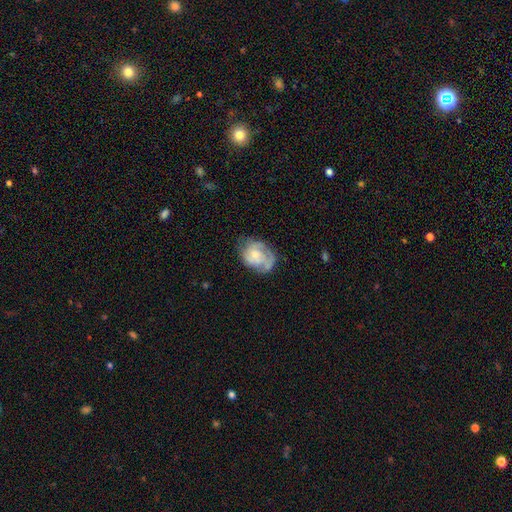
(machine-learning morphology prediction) This is likely a featured or disk galaxy (66%). It is clearly not viewed edge-on (97%). Bar: likely no (71%). Spiral arm pattern: clearly yes (80%). Spiral arm count: marginally can't tell (33%). Spiral winding: possibly tight (47%). Central bulge: possibly small (51%). Merging: possibly none (53%).